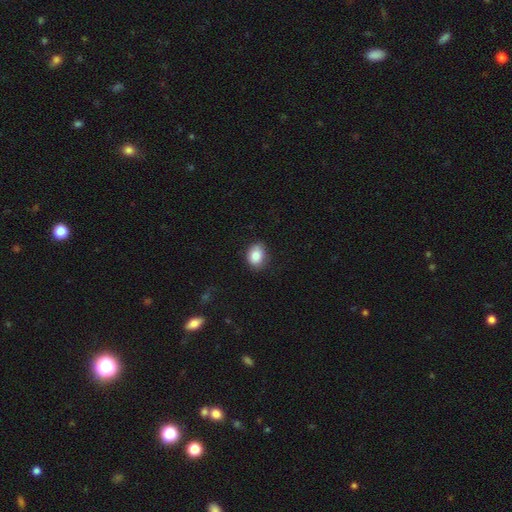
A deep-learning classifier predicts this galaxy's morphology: Overall: smooth (84%). How rounded: in between (62%; round 37%). Merging: none (73%).